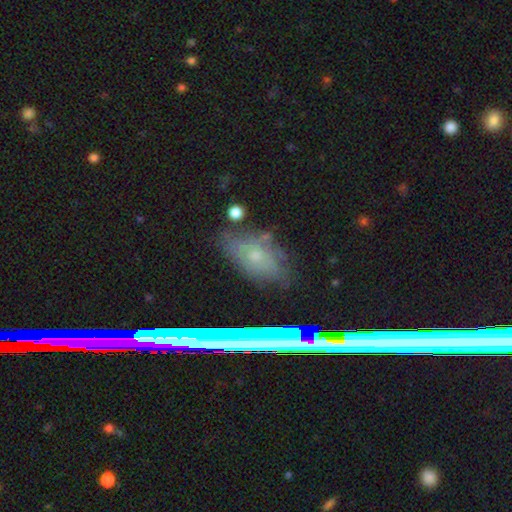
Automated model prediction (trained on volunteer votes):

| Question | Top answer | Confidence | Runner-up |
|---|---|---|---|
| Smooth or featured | smooth | 45% | star or artifact (30%) |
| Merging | none | 74% | minor disturbance (17%) |